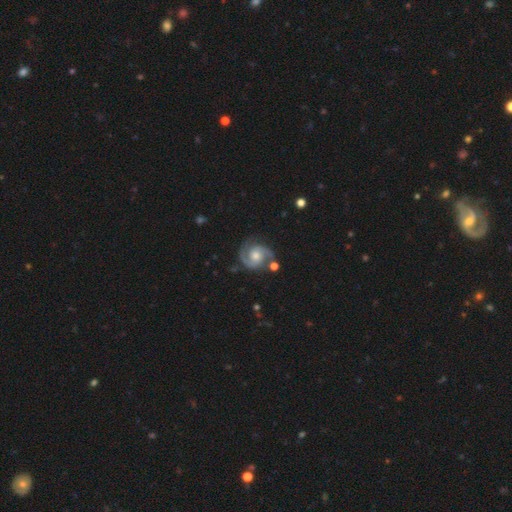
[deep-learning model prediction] This appears to be a featured or disk galaxy (90%) with no bar (65%), 2 (92%) medium (55%) spiral arms (98%) and a moderate central bulge (65%). Merging: none (77%).